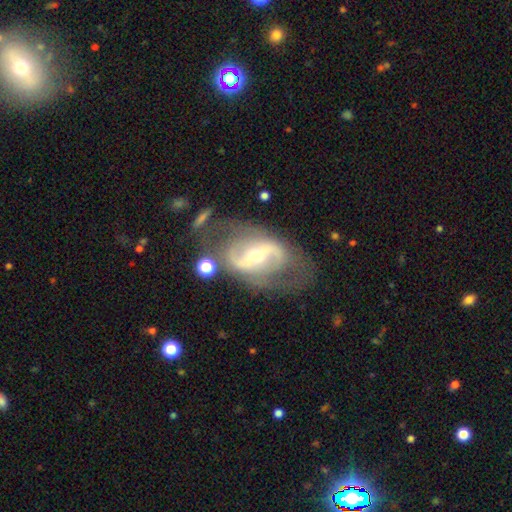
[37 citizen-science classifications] Smooth or featured? 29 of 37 (78%) said featured or disk. Edge-on disk? 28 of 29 (97%) said no. Bar? 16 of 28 (57%) said strong. Spiral arms? 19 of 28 (68%) said yes. Spiral winding? 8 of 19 (42%) said medium. Spiral arm count? 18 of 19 (95%) said 2. Bulge size? 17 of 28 (61%) said moderate. Merging? 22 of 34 (65%) said none.